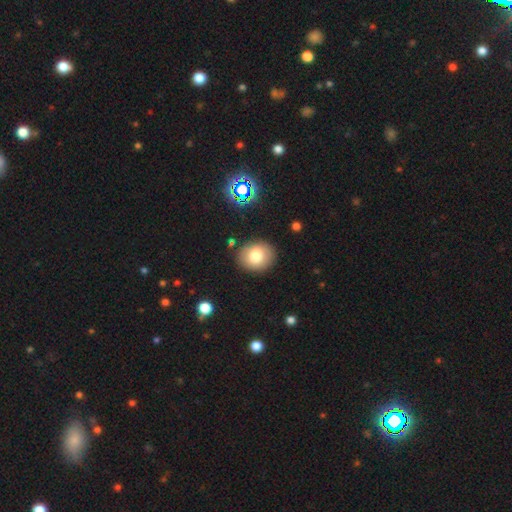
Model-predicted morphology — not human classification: smooth-or-featured: smooth: 78% | star or artifact: 11% | featured or disk: 10%
  how-rounded: round: 63% | in between: 36% | cigar-shaped: 1%
  merging: none: 87% | minor disturbance: 9% | major disturbance: 3% | merger: 2%